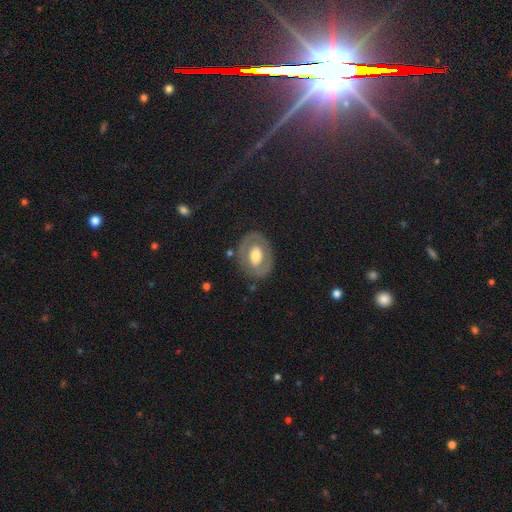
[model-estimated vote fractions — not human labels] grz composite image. It shows a featured or disk galaxy (53%). Merging: none (77%).